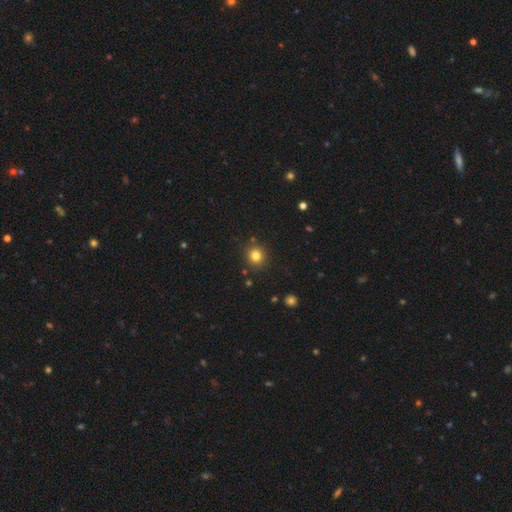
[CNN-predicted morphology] Overall: smooth (81%). How rounded: round (89%). Merging: none (87%).